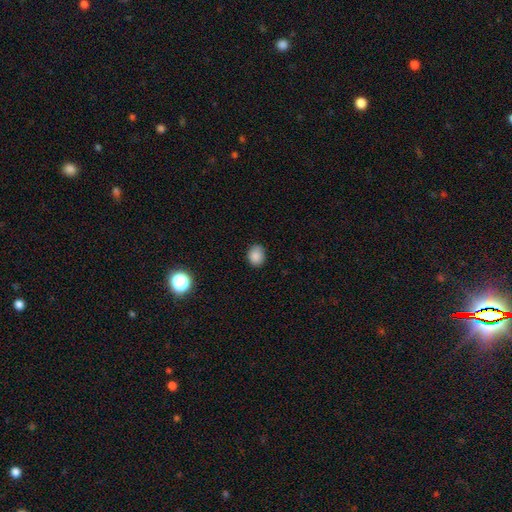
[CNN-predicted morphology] smooth 86%, star or artifact 10%, featured or disk 4%. Down the decision tree: how rounded — round (56%); merging — none (83%).